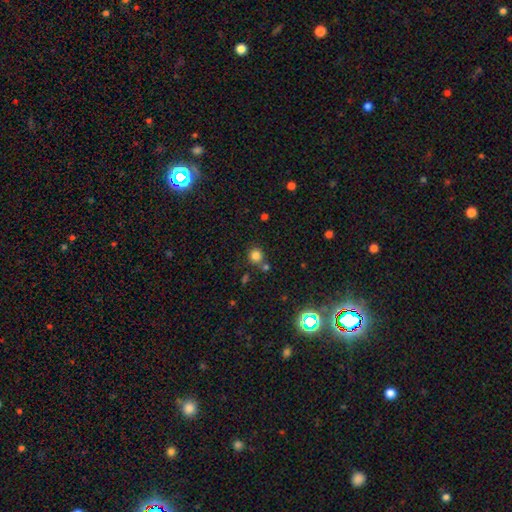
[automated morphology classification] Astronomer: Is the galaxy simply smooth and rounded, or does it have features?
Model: smooth — 80%.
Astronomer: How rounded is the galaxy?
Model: round — 88%.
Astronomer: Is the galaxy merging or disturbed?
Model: none — 68%.